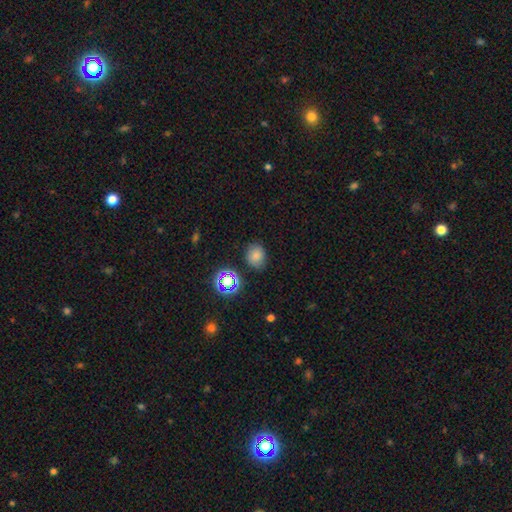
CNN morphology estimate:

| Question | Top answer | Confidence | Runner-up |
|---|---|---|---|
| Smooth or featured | smooth | 74% | star or artifact (19%) |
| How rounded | round | 58% | in between (41%) |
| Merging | none | 79% | minor disturbance (15%) |